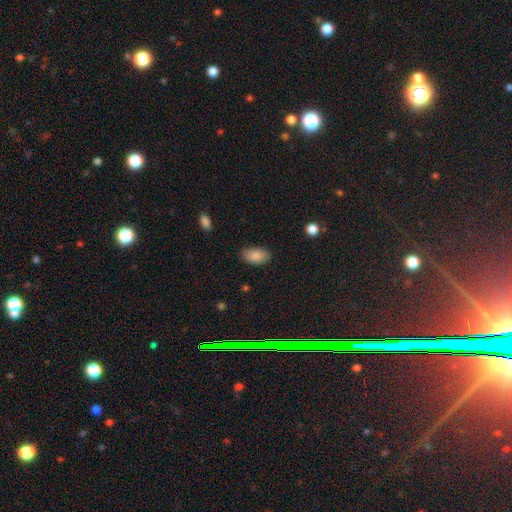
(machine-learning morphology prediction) This is clearly a smooth galaxy (88%). How rounded: clearly in between (94%). Merging: clearly none (85%).